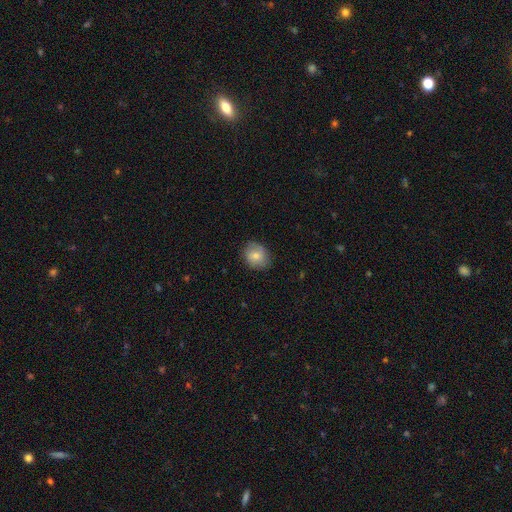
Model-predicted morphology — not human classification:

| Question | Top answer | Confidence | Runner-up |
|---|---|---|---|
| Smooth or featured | smooth | 73% | featured or disk (19%) |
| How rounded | round | 62% | in between (37%) |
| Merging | none | 79% | minor disturbance (17%) |